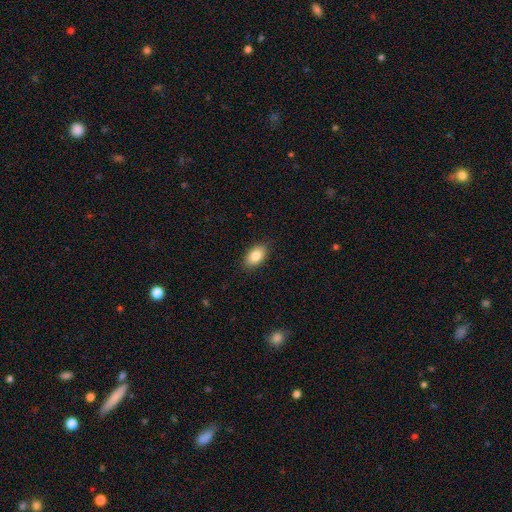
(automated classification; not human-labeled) This appears to be a smooth galaxy with no disk features (85%) that is in between round and cigar-shaped (92%). Merging: none (88%).